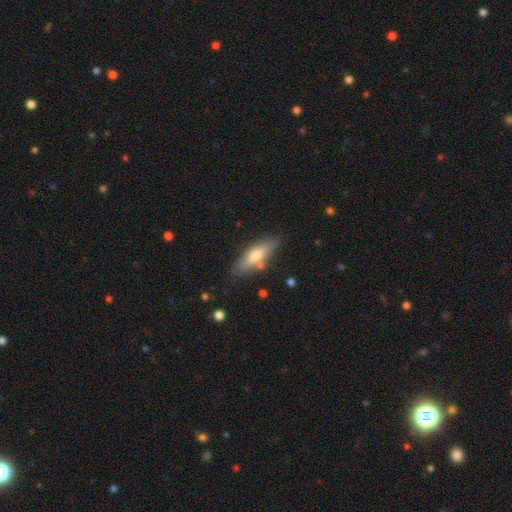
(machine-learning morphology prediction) A smooth galaxy with no disk features (62%) that is in between round and cigar-shaped (50%).

Vote fractions:
- Smooth or featured? smooth: 62% / featured or disk: 32% / star or artifact: 6%
- How rounded? in between: 50% / cigar-shaped: 48% / round: 2%
- Merging? none: 78% / minor disturbance: 13% / merger: 5% / major disturbance: 3%